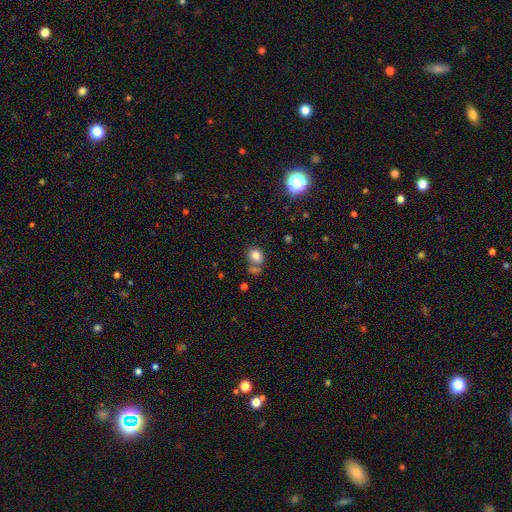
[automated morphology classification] Smooth or featured: smooth — 80% (star or artifact — 12%)
How rounded: round — 59% (in between — 40%)
Merging: none — 57% (merger — 23%)